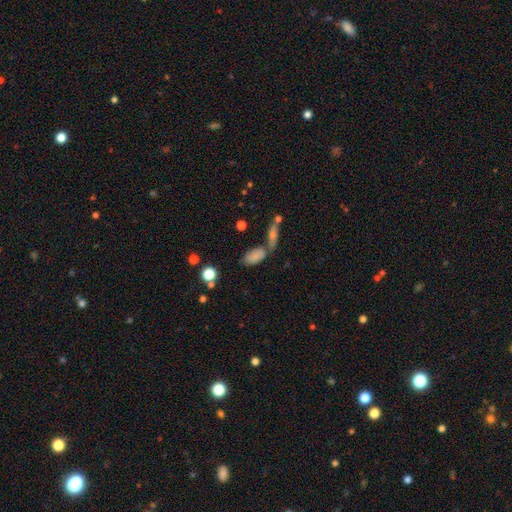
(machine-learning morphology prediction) smooth 79%, featured or disk 11%, star or artifact 10%. Down the decision tree: how rounded — in between (89%); merging — none (49%).